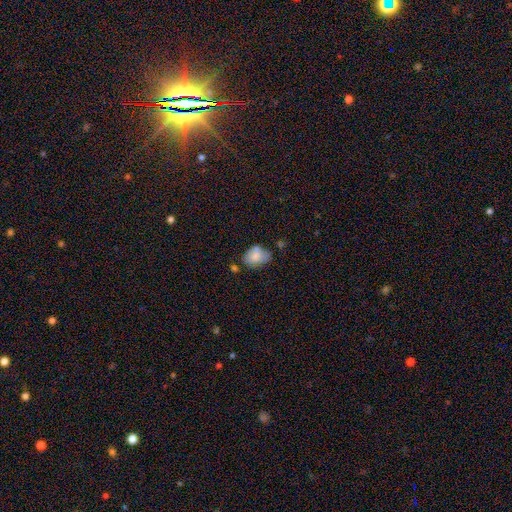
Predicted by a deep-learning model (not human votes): A smooth galaxy with no disk features (77%) that is in between round and cigar-shaped (80%).

Vote fractions:
- Smooth or featured? smooth: 77% / featured or disk: 14% / star or artifact: 9%
- How rounded? in between: 80% / round: 19% / cigar-shaped: 1%
- Merging? none: 47% / minor disturbance: 33% / merger: 11% / major disturbance: 10%